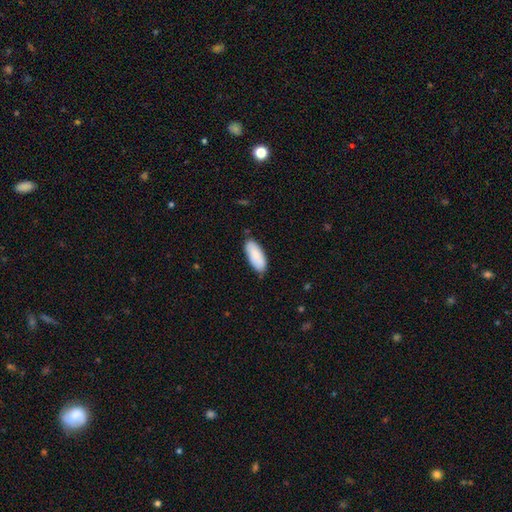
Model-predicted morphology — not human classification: This appears to be a smooth galaxy with no disk features (86%) that is in between round and cigar-shaped (84%). Merging: none (80%).